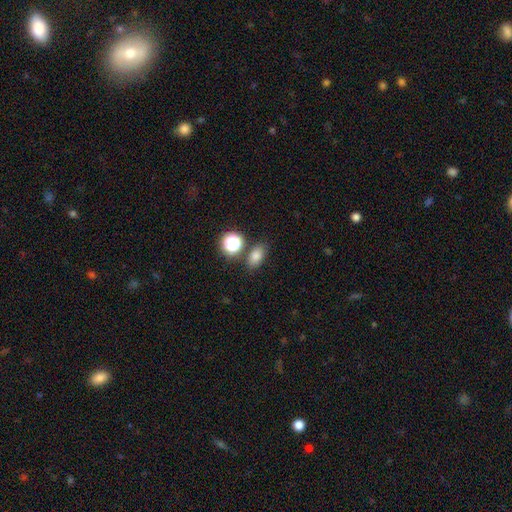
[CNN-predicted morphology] type=smooth (77%); roundness=in between (76%); merging=none (76%).